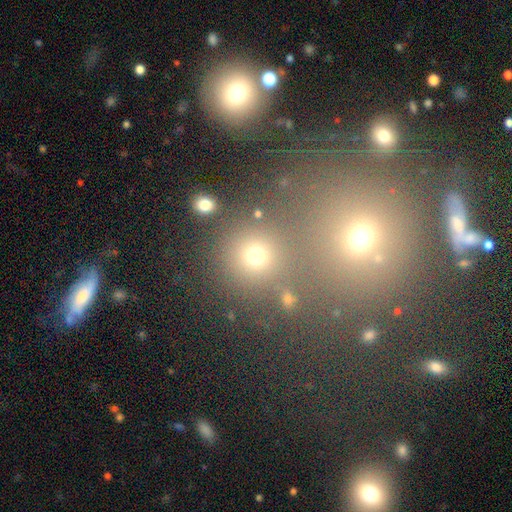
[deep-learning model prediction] This appears to be a smooth galaxy with no disk features (67%) that is round (89%). Merging: none (74%).